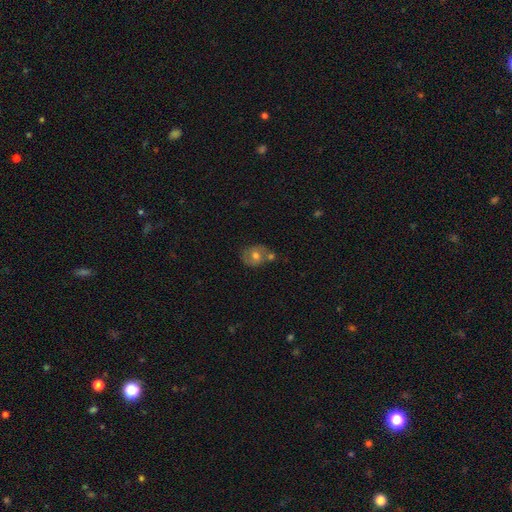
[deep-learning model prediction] Smooth or featured? smooth (53%)
How rounded? round (65%)
Merging? none (54%)